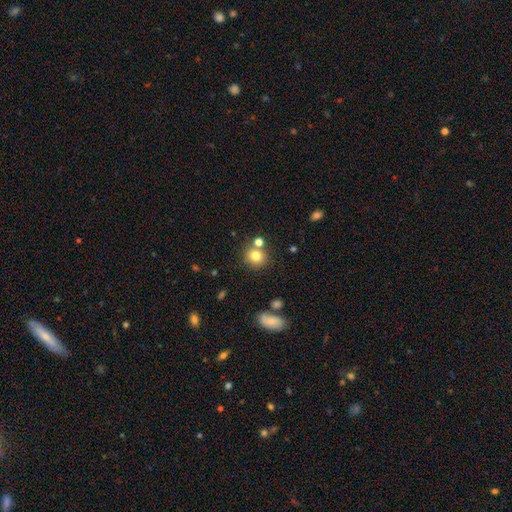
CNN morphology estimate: This is likely a smooth galaxy (79%). How rounded: clearly round (86%). Merging: likely none (71%).